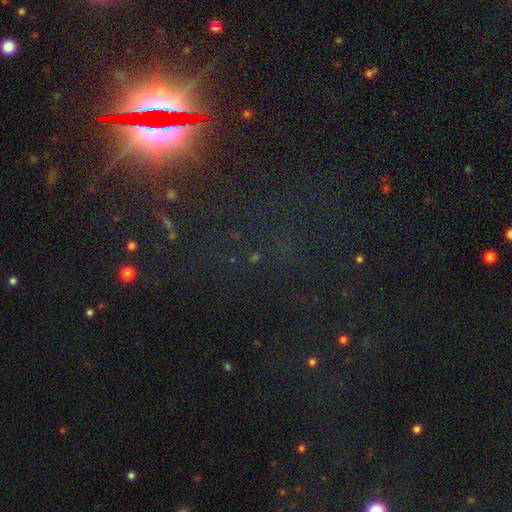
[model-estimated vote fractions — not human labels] This appears to be a star or artifact, not a galaxy (74%).